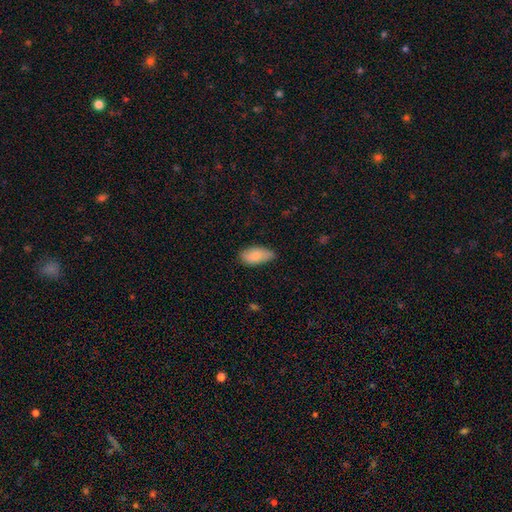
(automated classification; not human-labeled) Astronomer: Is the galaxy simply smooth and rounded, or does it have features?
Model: smooth — 83%.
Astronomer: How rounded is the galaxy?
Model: in between — 93%.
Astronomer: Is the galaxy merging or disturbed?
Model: none — 66%.